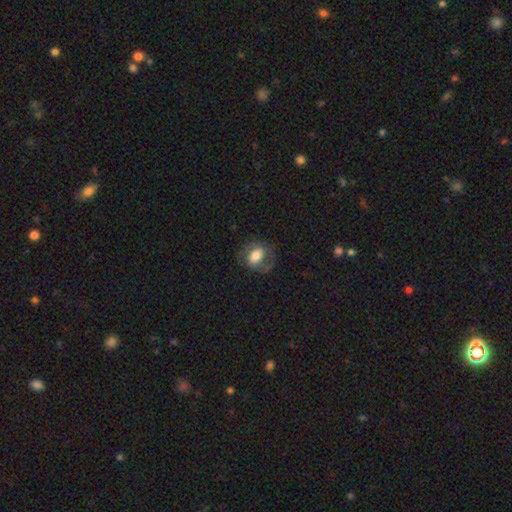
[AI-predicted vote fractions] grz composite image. It shows a smooth galaxy with no disk features (50%) that is in between round and cigar-shaped (66%). Merging: none (67%).